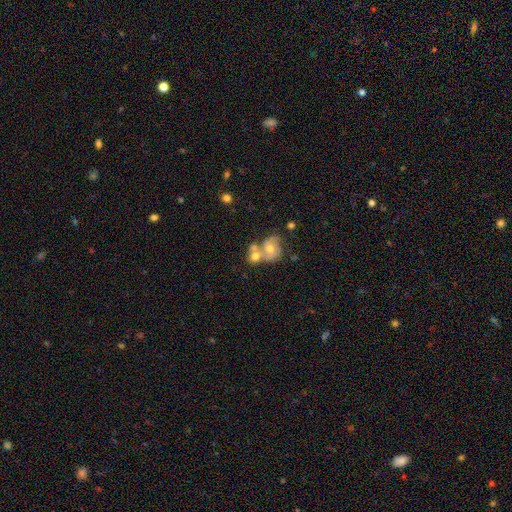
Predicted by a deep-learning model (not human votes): A featured or disk galaxy (53%) with no bar (71%), spiral arms (59%) and a moderate central bulge (59%).

Vote fractions:
- Smooth or featured? featured or disk: 53% / smooth: 31% / star or artifact: 16%
- Edge-on disk? no: 96% / yes: 4%
- Bar? no: 71% / weak: 23% / strong: 7%
- Spiral arms? yes: 59% / no: 41%
- Bulge size? moderate: 59% / small: 31% / none: 4% / large: 4% / dominant: 2%
- Merging? merger: 43% / none: 39% / minor disturbance: 11% / major disturbance: 7%